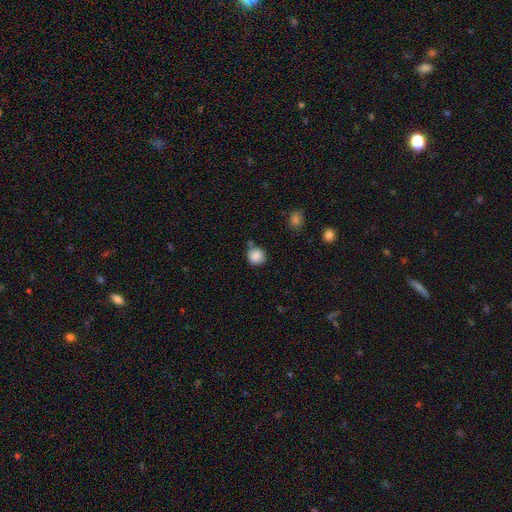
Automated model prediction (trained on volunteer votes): smooth 87%, star or artifact 9%, featured or disk 4%. Down the decision tree: how rounded — round (90%); merging — none (65%).